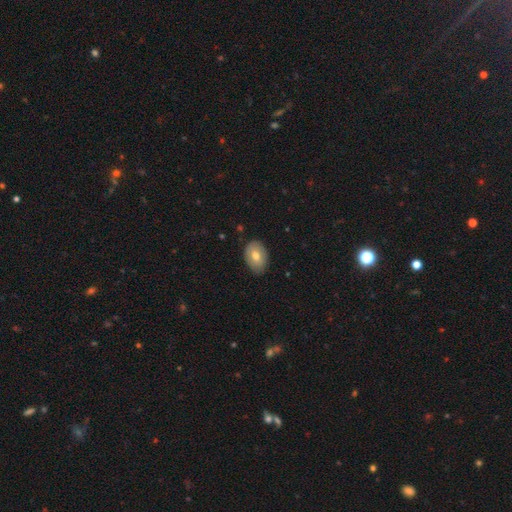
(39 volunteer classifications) smooth_or_featured: smooth (p=0.90) [alt: featured or disk p=0.10]
how_rounded: in between (p=0.94) [alt: round p=0.06]
merging: none (p=0.69) [alt: minor disturbance p=0.28]